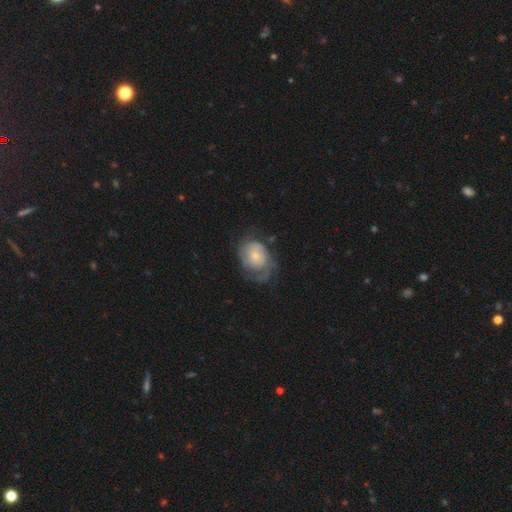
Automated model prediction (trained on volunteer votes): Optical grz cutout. It shows a featured or disk galaxy (66%) with no bar (78%), tight (43%) spiral arms (83%) and a small central bulge (62%). Merging: none (45%).